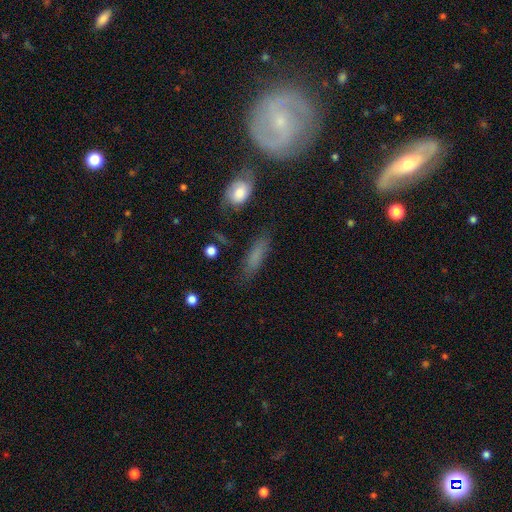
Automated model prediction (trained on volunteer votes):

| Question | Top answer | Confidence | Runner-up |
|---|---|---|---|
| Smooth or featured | smooth | 71% | featured or disk (18%) |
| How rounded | cigar-shaped | 53% | in between (42%) |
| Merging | none | 70% | minor disturbance (18%) |